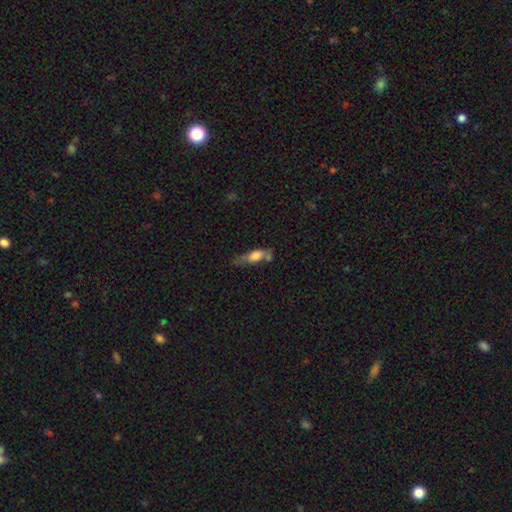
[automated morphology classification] This is likely a smooth galaxy (64%). How rounded: possibly in between (56%). Merging: marginally none (35%).